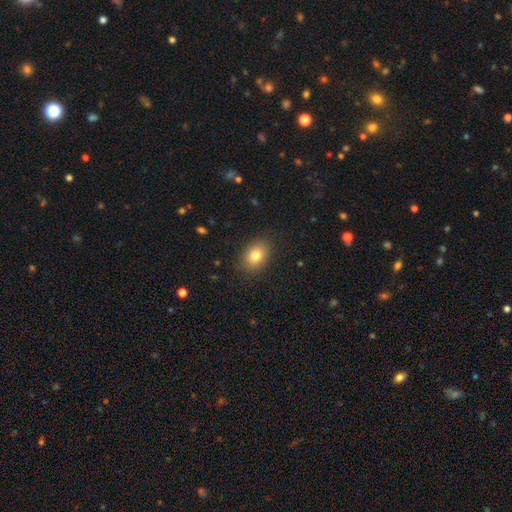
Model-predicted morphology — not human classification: Q: Smooth or featured?
A: smooth (81%); runner-up: featured or disk (10%)
Q: How rounded?
A: in between (73%); runner-up: round (26%)
Q: Merging?
A: none (87%); runner-up: minor disturbance (9%)